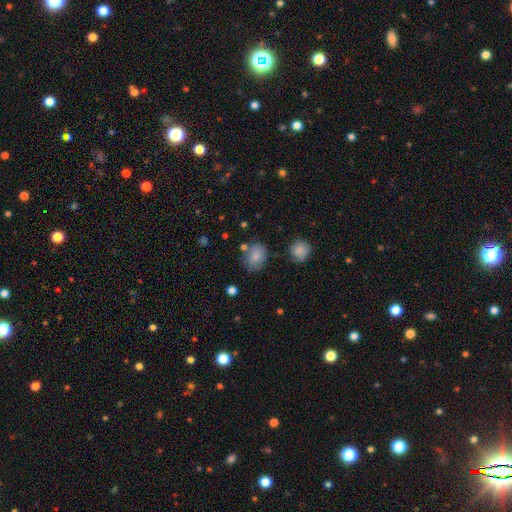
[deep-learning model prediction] This appears to be a smooth galaxy with no disk features (82%) that is in between round and cigar-shaped (56%). Merging: none (68%).